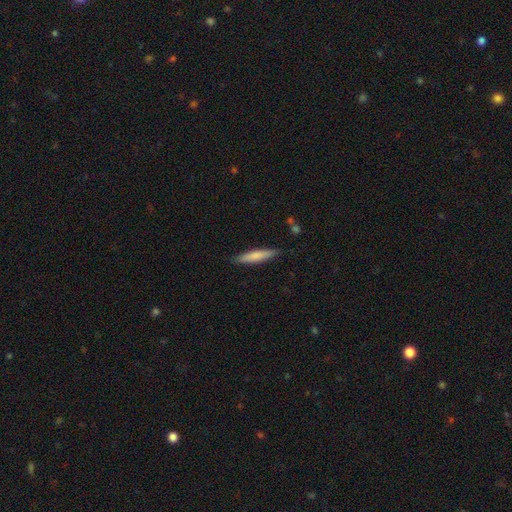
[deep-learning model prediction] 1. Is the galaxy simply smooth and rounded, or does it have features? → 75% smooth, 19% featured or disk, 5% star or artifact.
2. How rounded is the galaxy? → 88% cigar-shaped, 11% in between, 1% round.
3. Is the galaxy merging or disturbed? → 88% none, 9% minor disturbance, 2% major disturbance, 1% merger.